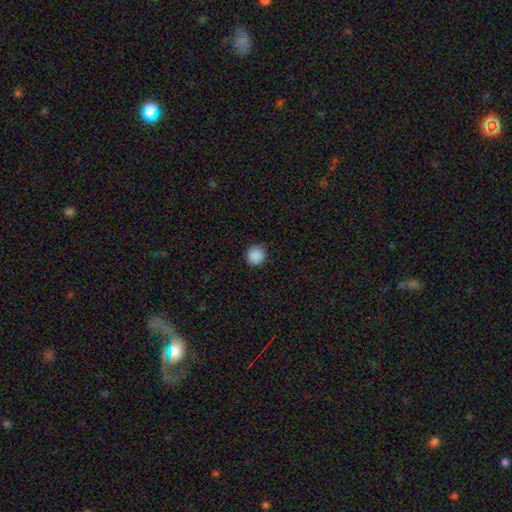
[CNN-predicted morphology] A smooth galaxy with no disk features (89%) that is round (95%). Merging: none (90%).